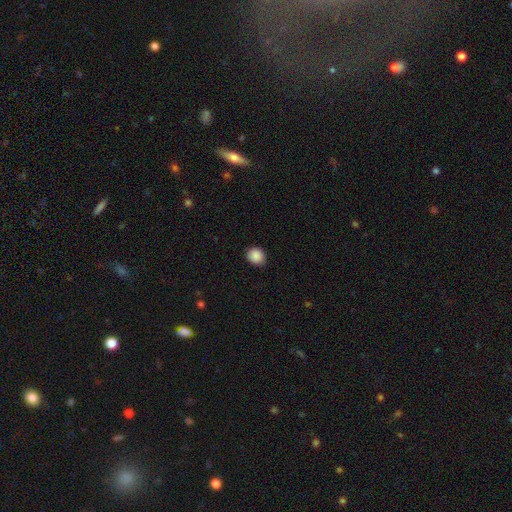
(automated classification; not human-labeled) A smooth galaxy with no disk features (89%) that is round (77%). Merging: none (86%).